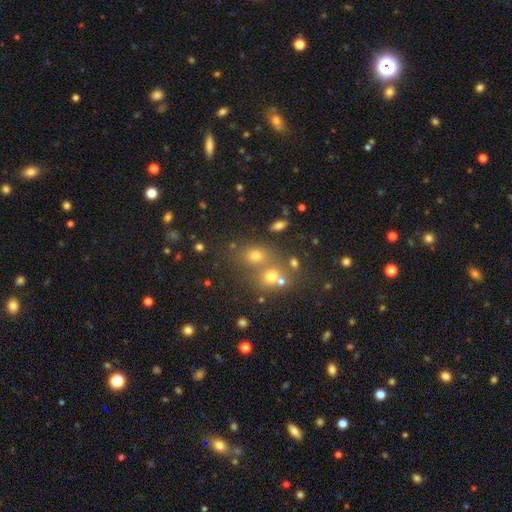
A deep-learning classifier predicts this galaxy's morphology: Overall: smooth (59%; star or artifact 28%). How rounded: round (69%; in between 30%). Merging: none (53%; merger 34%).